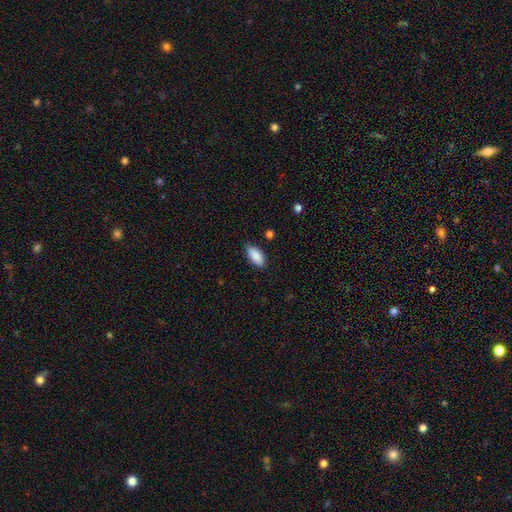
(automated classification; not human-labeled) smooth 89%, star or artifact 6%, featured or disk 4%. Down the decision tree: how rounded — in between (91%); merging — none (85%).